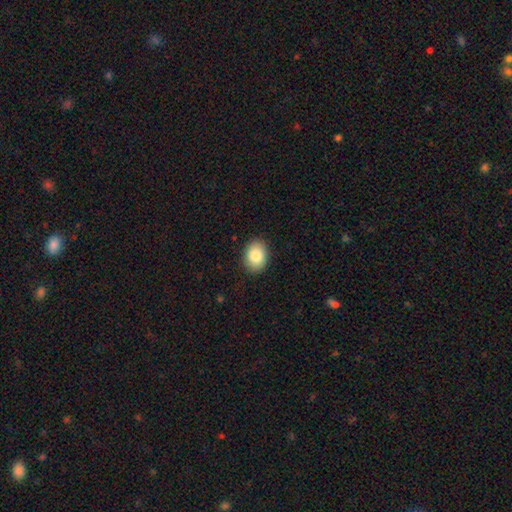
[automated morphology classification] smooth 86%, star or artifact 7%, featured or disk 7%. Down the decision tree: how rounded — in between (70%); merging — none (89%).